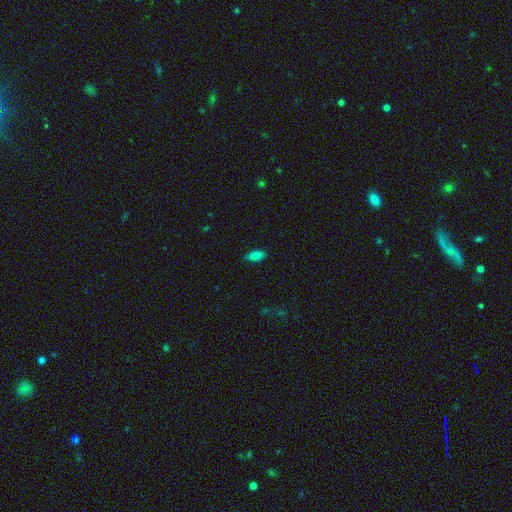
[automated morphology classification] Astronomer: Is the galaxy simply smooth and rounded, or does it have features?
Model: smooth — 80%.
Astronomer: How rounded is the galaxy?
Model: in between — 84%.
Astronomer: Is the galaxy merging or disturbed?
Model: none — 86%.